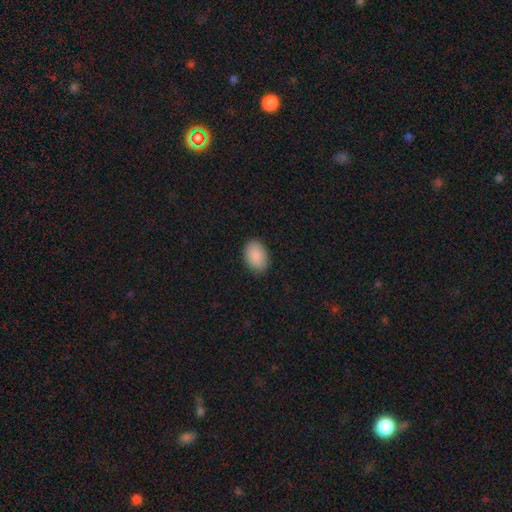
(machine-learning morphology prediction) Smooth or featured? smooth (90%)
How rounded? in between (86%)
Merging? none (88%)